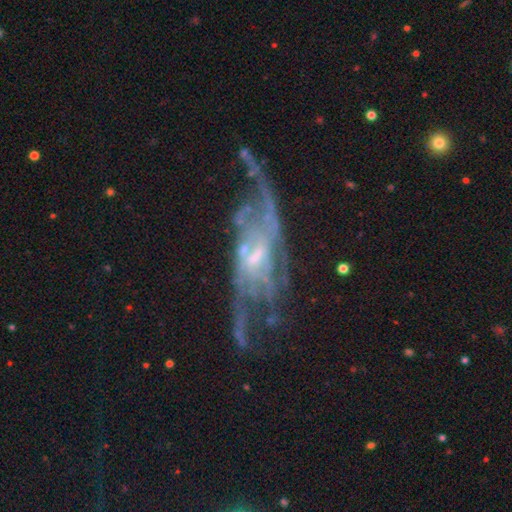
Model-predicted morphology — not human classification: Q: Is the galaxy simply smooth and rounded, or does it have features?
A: featured or disk — 85%.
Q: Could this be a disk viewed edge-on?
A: no — 88%.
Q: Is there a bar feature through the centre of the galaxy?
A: weak — 46%.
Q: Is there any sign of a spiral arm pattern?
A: yes — 90%.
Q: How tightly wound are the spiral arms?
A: loose — 47%.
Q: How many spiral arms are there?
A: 2 — 51%.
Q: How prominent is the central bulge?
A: small — 55%.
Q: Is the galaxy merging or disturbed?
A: none — 49%.